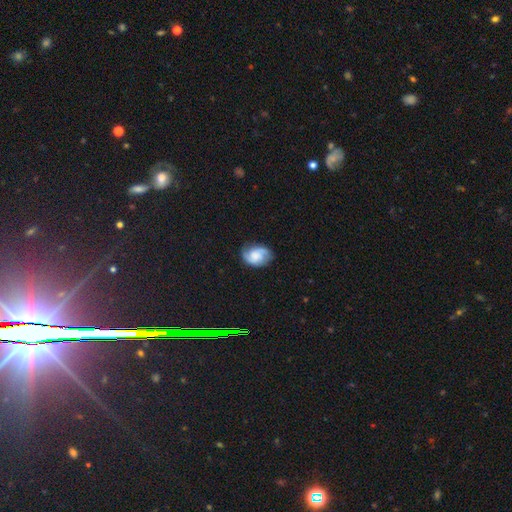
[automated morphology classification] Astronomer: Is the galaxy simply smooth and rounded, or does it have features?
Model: featured or disk — 70%.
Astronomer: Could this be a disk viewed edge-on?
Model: no — 98%.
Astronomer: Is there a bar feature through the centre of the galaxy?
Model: no — 64%.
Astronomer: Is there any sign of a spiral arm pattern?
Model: yes — 96%.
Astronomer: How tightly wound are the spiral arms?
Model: medium — 46% (runner-up: tight, 31%).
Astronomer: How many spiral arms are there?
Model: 2 — 79%.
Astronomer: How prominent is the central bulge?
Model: none — 30% (runner-up: moderate, 24%).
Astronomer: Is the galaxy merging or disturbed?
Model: none — 76%.